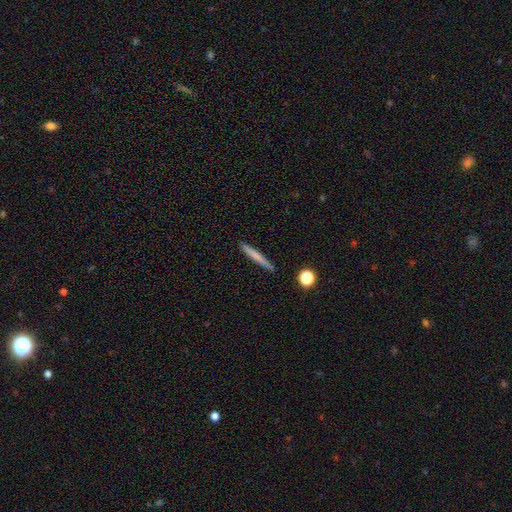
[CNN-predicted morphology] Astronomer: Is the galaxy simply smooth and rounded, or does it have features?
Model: smooth — 67%.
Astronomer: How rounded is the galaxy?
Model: cigar-shaped — 96%.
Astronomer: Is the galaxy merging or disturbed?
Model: none — 89%.